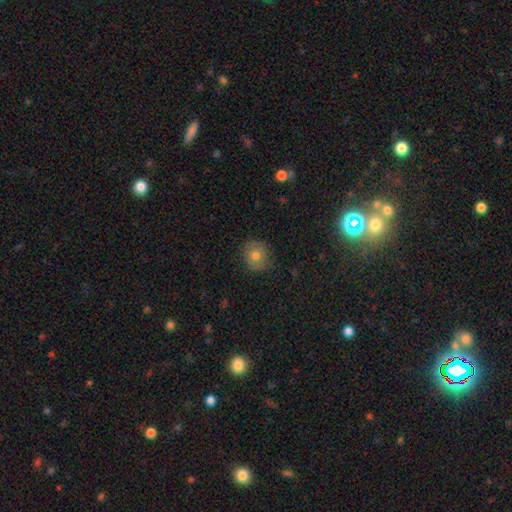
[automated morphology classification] Smooth or featured? Predicted: smooth (p=0.72). How rounded? Predicted: round (p=0.79). Merging? Predicted: none (p=0.82).